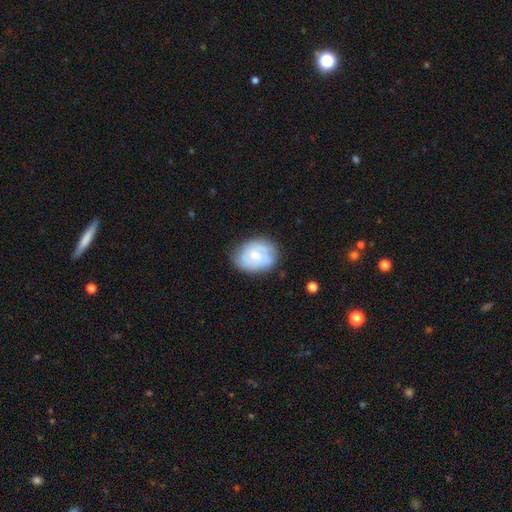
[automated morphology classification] This appears to be a featured or disk galaxy (50%). Merging: none (69%).